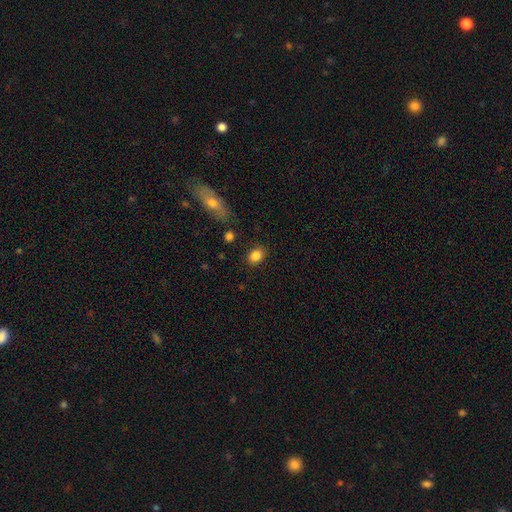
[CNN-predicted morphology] Overall: smooth (86%). How rounded: in between (63%; round 36%). Merging: none (83%).